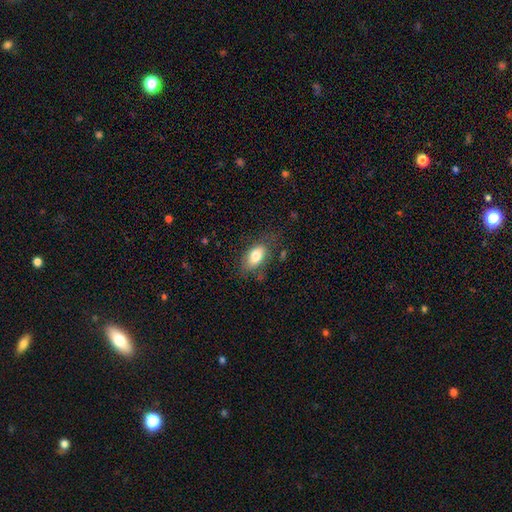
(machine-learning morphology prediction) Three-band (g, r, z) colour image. It shows a smooth galaxy with no disk features (77%) that is in between round and cigar-shaped (90%). Merging: none (69%).